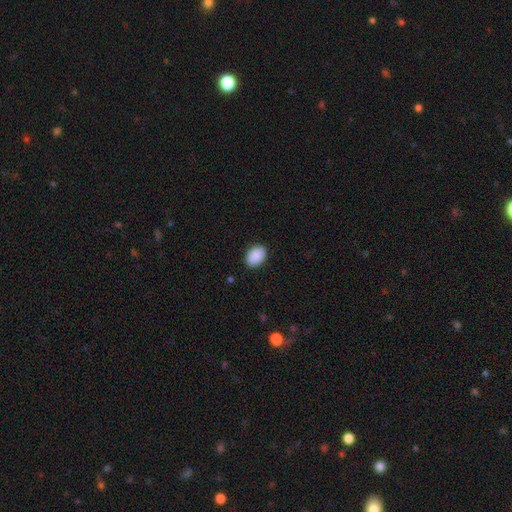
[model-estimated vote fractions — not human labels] Morphology: type=smooth (91%); roundness=in between (80%); merging=none (89%).